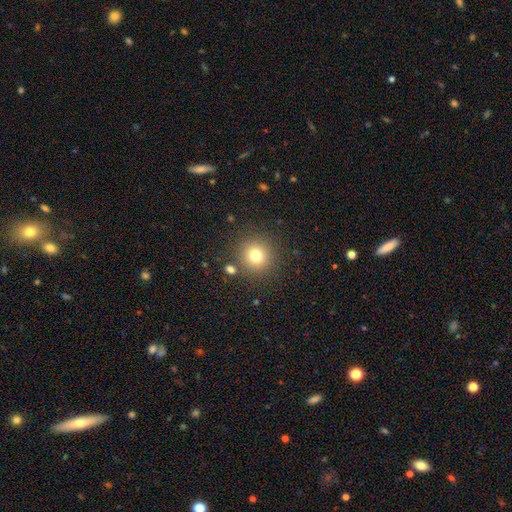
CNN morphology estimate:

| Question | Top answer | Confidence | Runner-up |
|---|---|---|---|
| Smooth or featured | smooth | 76% | star or artifact (15%) |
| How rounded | round | 94% | in between (5%) |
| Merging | none | 86% | minor disturbance (7%) |